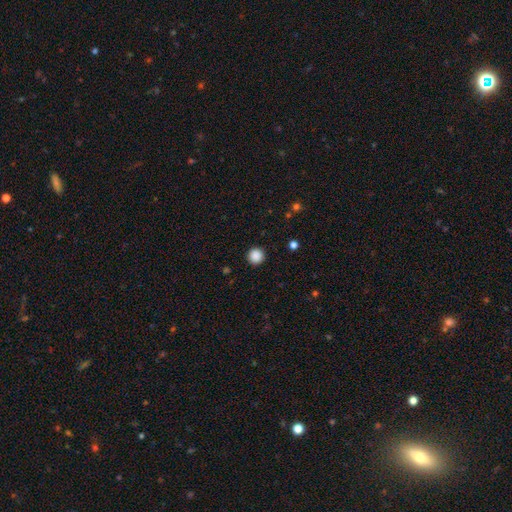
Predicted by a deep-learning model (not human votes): This is clearly a smooth galaxy (88%). How rounded: clearly round (96%). Merging: clearly none (93%).